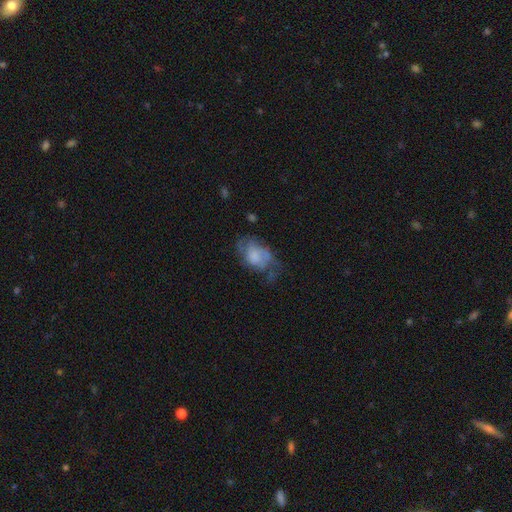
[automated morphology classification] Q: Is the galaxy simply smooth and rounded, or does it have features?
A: smooth — 49%.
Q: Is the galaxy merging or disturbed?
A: major disturbance — 34%.